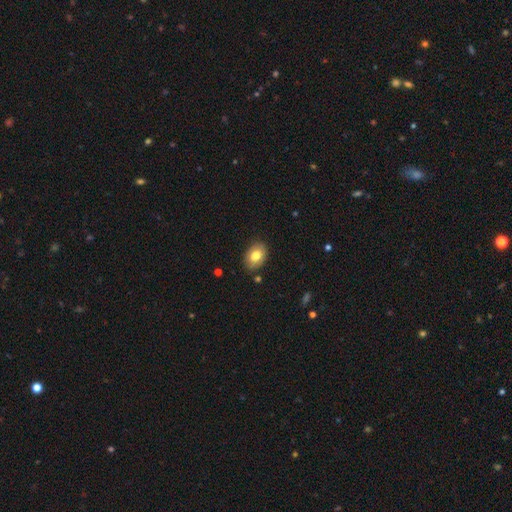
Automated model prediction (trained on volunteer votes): smooth_or_featured: smooth (p=0.78) [alt: featured or disk p=0.15]
how_rounded: in between (p=0.80) [alt: round p=0.19]
merging: none (p=0.85) [alt: minor disturbance p=0.11]